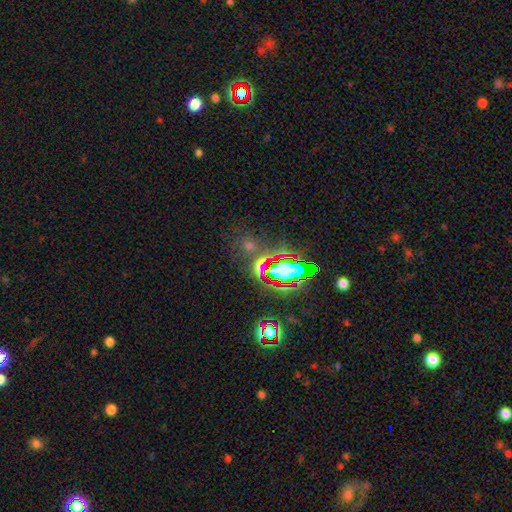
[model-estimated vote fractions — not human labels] Smooth or featured?
  - star or artifact: 72% *
  - smooth: 17%
  - featured or disk: 11%